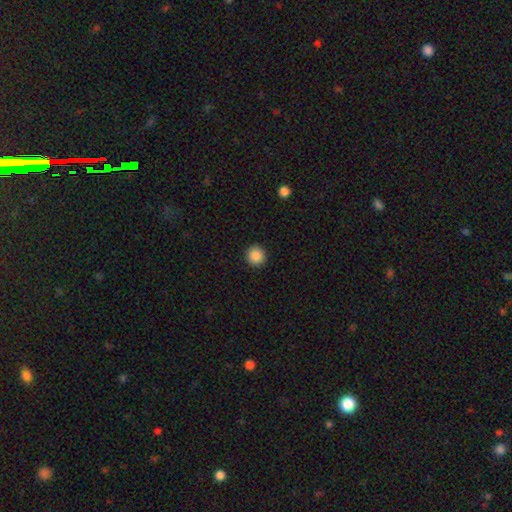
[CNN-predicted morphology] Q: Smooth or featured?
A: smooth (88%); runner-up: star or artifact (9%)
Q: How rounded?
A: round (95%); runner-up: in between (4%)
Q: Merging?
A: none (92%); runner-up: minor disturbance (5%)